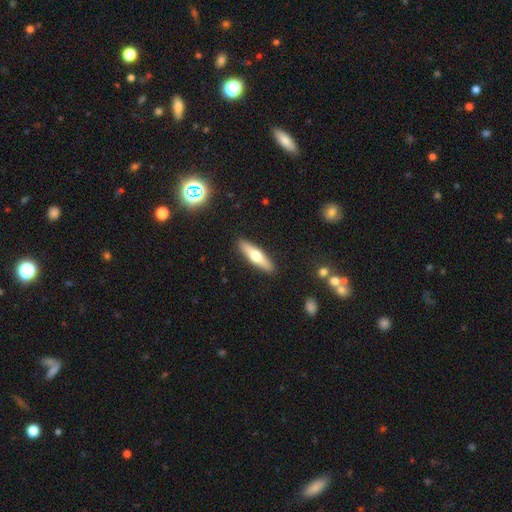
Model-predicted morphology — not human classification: Smooth or featured? Predicted: smooth (p=0.49). Merging? Predicted: none (p=0.90).